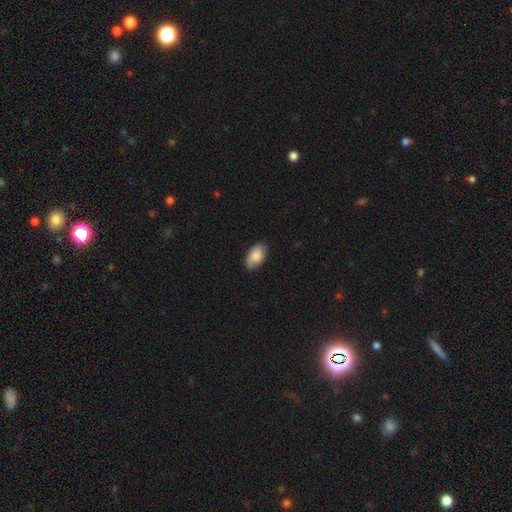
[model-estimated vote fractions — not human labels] Q: Smooth or featured?
A: smooth (77%); runner-up: featured or disk (17%)
Q: How rounded?
A: in between (93%); runner-up: round (6%)
Q: Merging?
A: none (78%); runner-up: minor disturbance (18%)